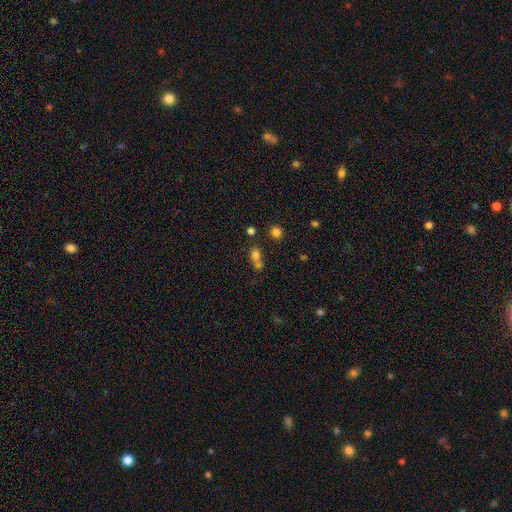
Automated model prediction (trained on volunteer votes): smooth_or_featured: smooth (p=0.73) [alt: star or artifact p=0.16]
how_rounded: round (p=0.63) [alt: in between p=0.34]
merging: merger (p=0.49) [alt: none p=0.39]